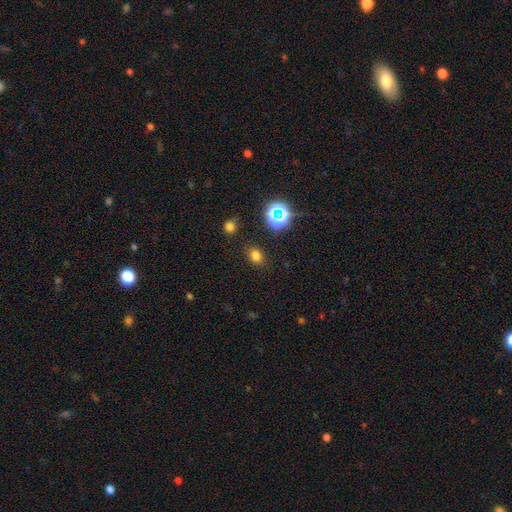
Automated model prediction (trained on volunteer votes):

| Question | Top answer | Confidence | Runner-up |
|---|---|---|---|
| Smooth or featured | smooth | 74% | star or artifact (21%) |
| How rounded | in between | 56% | round (43%) |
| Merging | none | 84% | minor disturbance (10%) |